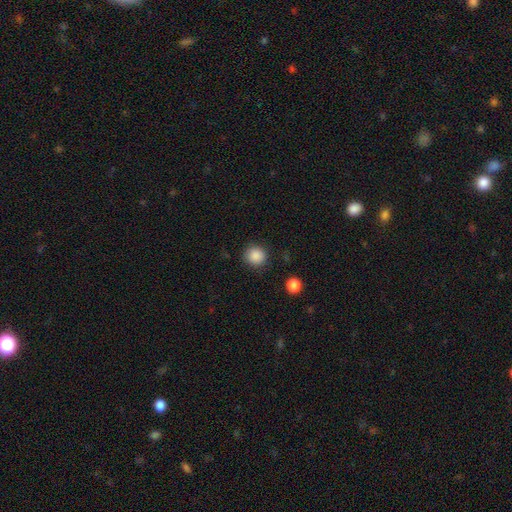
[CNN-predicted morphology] Smooth or featured? smooth (87%)
How rounded? round (92%)
Merging? none (88%)